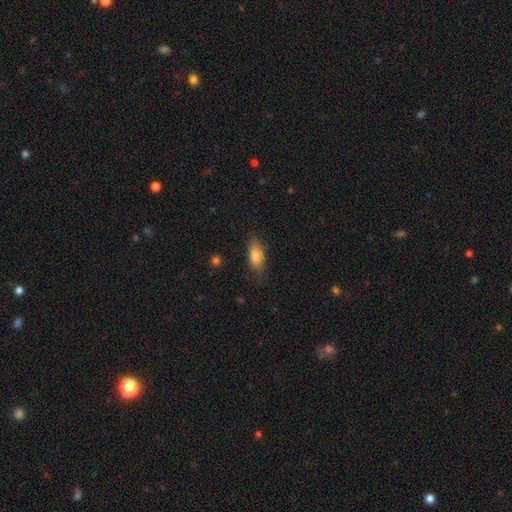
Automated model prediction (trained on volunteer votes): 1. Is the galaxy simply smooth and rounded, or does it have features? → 79% smooth, 14% featured or disk, 7% star or artifact.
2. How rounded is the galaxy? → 80% in between, 17% cigar-shaped, 3% round.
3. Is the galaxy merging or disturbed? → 78% none, 17% minor disturbance, 4% major disturbance, 1% merger.